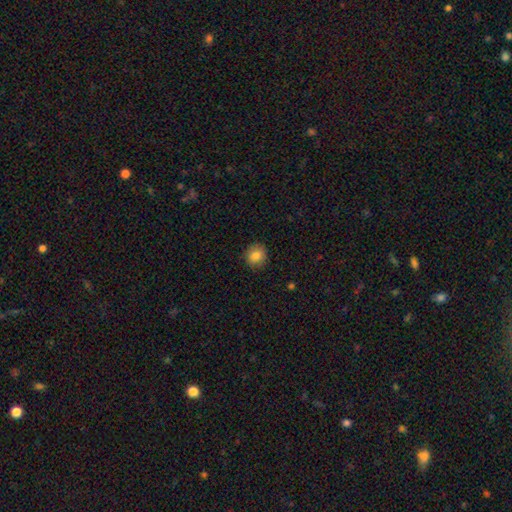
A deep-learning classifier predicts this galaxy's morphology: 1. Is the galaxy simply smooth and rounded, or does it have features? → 84% smooth, 10% star or artifact, 7% featured or disk.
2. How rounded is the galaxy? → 81% round, 18% in between, 1% cigar-shaped.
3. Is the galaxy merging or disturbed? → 87% none, 9% minor disturbance, 2% major disturbance, 1% merger.